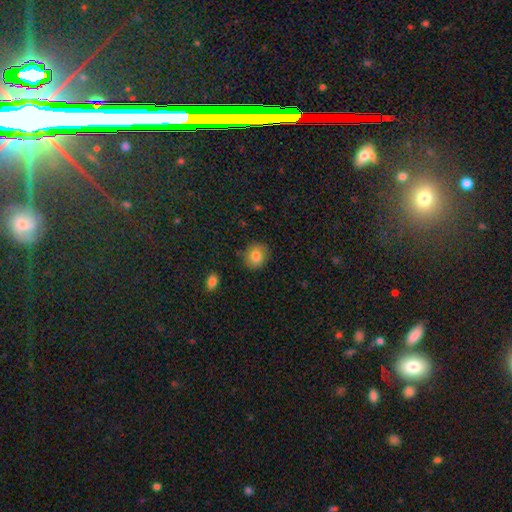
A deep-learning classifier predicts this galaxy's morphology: Smooth or featured: smooth — 83% (star or artifact — 9%)
How rounded: round — 79% (in between — 20%)
Merging: none — 86% (minor disturbance — 10%)